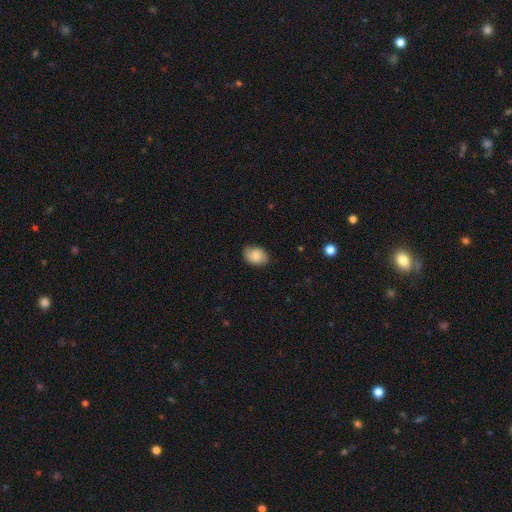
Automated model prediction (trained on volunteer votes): smooth 83%, featured or disk 10%, star or artifact 7%. Down the decision tree: how rounded — in between (77%); merging — none (79%).